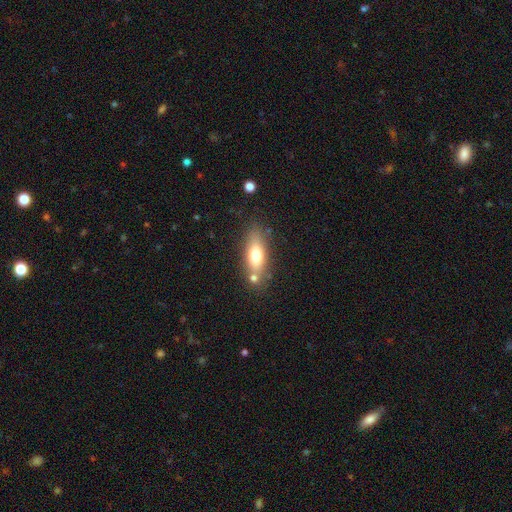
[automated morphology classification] smooth-or-featured: smooth: 69% | featured or disk: 23% | star or artifact: 8%
  how-rounded: in between: 67% | cigar-shaped: 29% | round: 4%
  merging: none: 68% | minor disturbance: 14% | merger: 13% | major disturbance: 4%